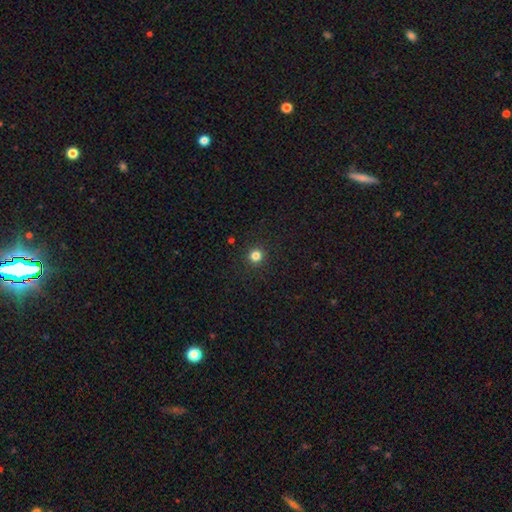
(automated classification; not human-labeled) This appears to be a smooth galaxy with no disk features (82%) that is round (94%). Merging: none (92%).